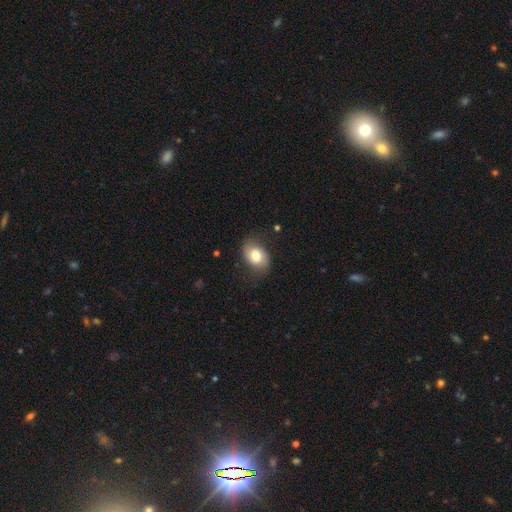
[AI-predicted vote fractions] smooth 73%, featured or disk 20%, star or artifact 7%. Down the decision tree: how rounded — in between (76%); merging — none (72%).